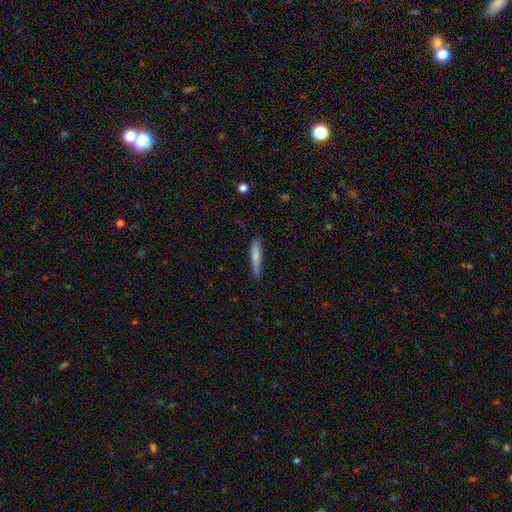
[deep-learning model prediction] Smooth or featured?
  - smooth: 74% *
  - featured or disk: 21%
  - star or artifact: 6%
How rounded?
  - cigar-shaped: 88% *
  - in between: 10%
  - round: 1%
Merging?
  - none: 77% *
  - minor disturbance: 18%
  - major disturbance: 3%
  - merger: 2%